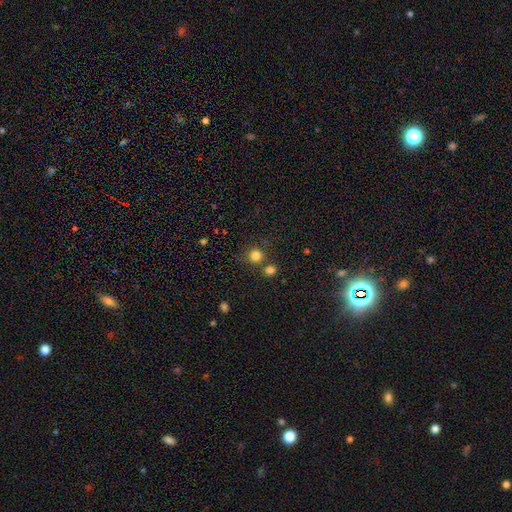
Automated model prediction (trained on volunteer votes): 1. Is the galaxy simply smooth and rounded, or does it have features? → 81% smooth, 14% star or artifact, 5% featured or disk.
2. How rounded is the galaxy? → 92% round, 7% in between, 1% cigar-shaped.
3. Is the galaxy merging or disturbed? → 74% none, 15% merger, 8% minor disturbance, 3% major disturbance.